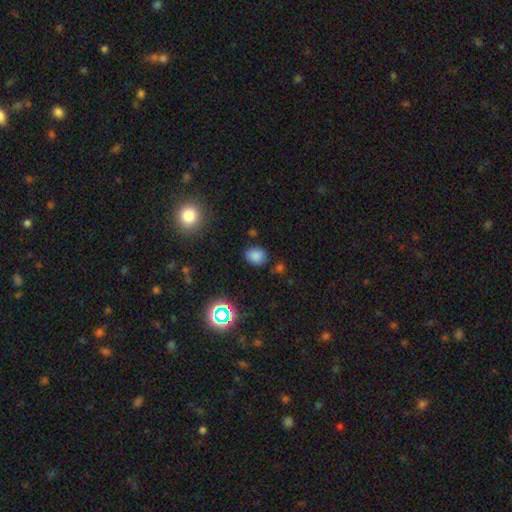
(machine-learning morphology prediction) Smooth or featured?
  - smooth: 78% *
  - star or artifact: 17%
  - featured or disk: 5%
How rounded?
  - round: 50% *
  - in between: 49%
  - cigar-shaped: 1%
Merging?
  - none: 81% *
  - minor disturbance: 12%
  - major disturbance: 3%
  - merger: 3%